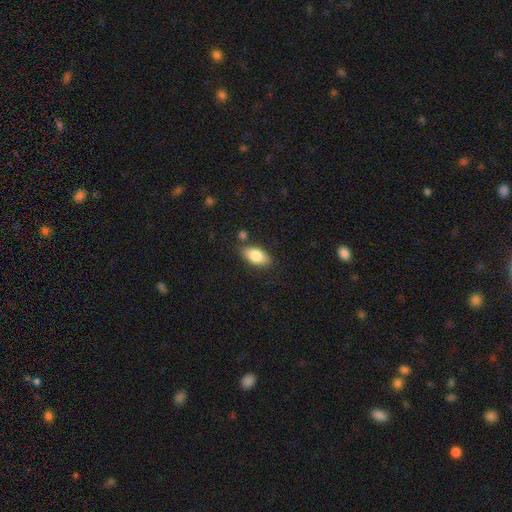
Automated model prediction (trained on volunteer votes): smooth 81%, featured or disk 12%, star or artifact 7%. Down the decision tree: how rounded — in between (91%); merging — none (78%).